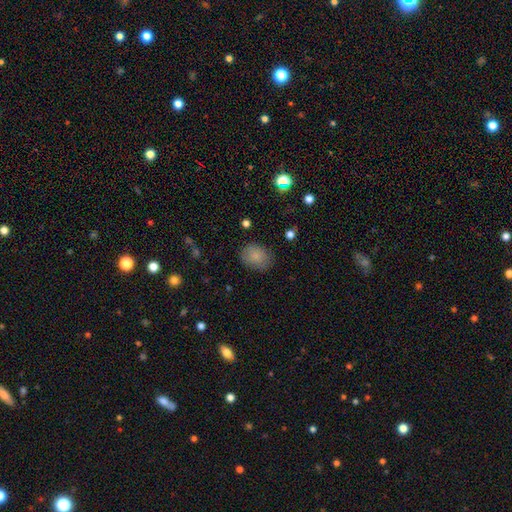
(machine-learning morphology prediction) Smooth or featured: smooth — 84% (star or artifact — 8%)
How rounded: in between — 59% (round — 40%)
Merging: none — 80% (minor disturbance — 15%)